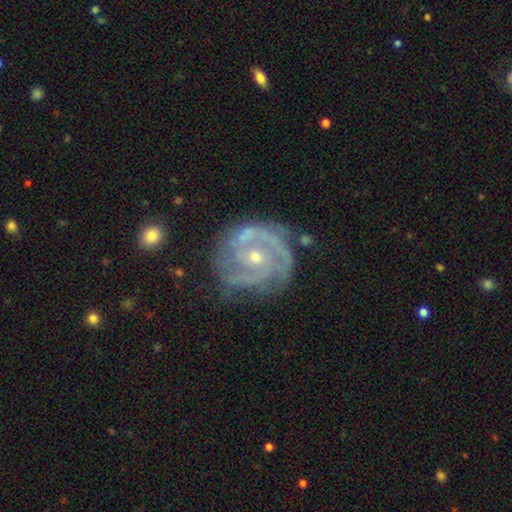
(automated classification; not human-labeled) Smooth or featured: featured or disk — 88% (smooth — 7%)
Edge-on disk: no — 98% (yes — 2%)
Bar: no — 65% (weak — 26%)
Spiral arms: yes — 95% (no — 5%)
Spiral winding: tight — 62% (medium — 31%)
Spiral arm count: 2 — 38% (3 — 30%)
Bulge size: small — 58% (moderate — 39%)
Merging: none — 65% (minor disturbance — 22%)